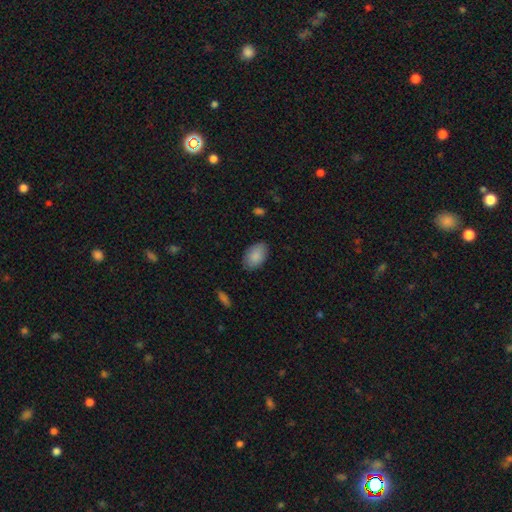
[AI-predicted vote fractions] Morphology: type=smooth (87%); roundness=in between (91%); merging=none (81%).